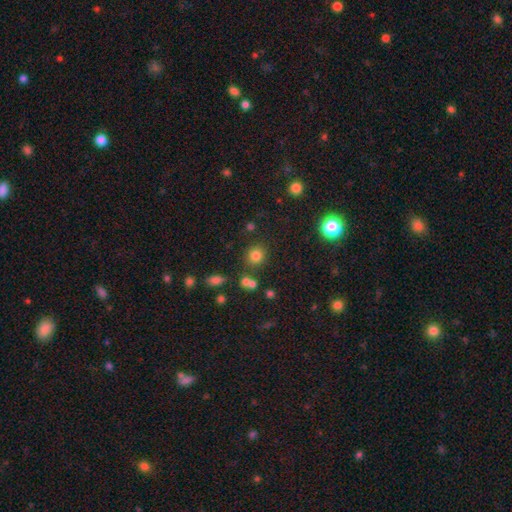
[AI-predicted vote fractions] Smooth or featured?
  - smooth: 78% *
  - star or artifact: 16%
  - featured or disk: 7%
How rounded?
  - round: 85% *
  - in between: 14%
  - cigar-shaped: 1%
Merging?
  - none: 78% *
  - minor disturbance: 9%
  - merger: 9%
  - major disturbance: 4%